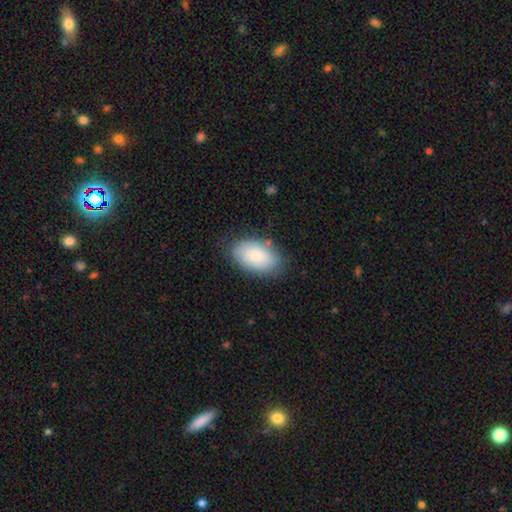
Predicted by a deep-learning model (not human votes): Smooth or featured? Predicted: smooth (p=0.85). How rounded? Predicted: in between (p=0.94). Merging? Predicted: none (p=0.79).